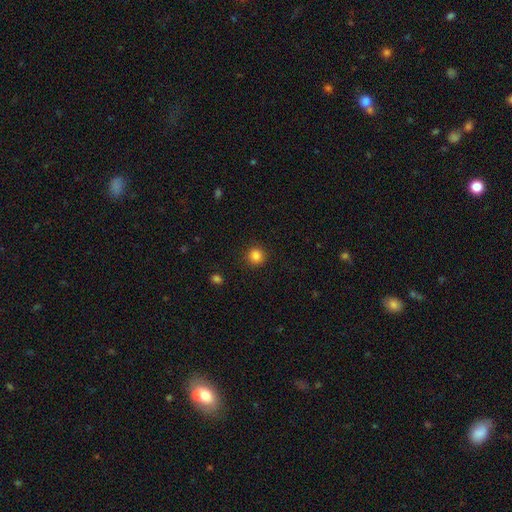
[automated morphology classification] This is clearly a smooth galaxy (86%). How rounded: clearly round (91%). Merging: clearly none (90%).